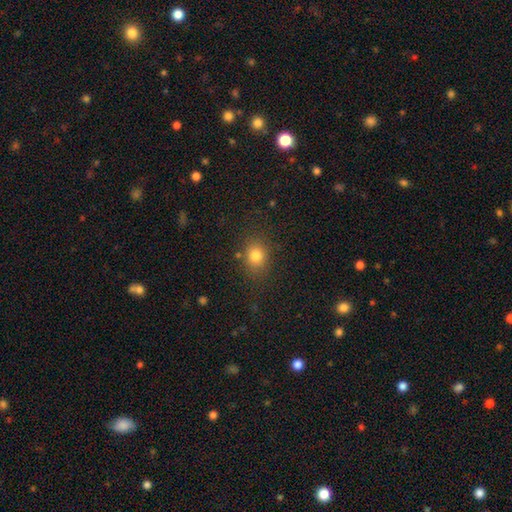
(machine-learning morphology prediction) Smooth or featured: smooth — 80% (star or artifact — 13%)
How rounded: round — 62% (in between — 37%)
Merging: none — 81% (minor disturbance — 12%)